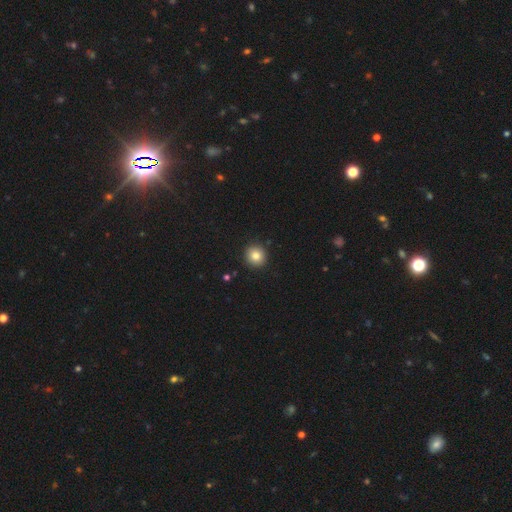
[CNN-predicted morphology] Q: Smooth or featured?
A: smooth (83%); runner-up: star or artifact (11%)
Q: How rounded?
A: round (92%); runner-up: in between (8%)
Q: Merging?
A: none (91%); runner-up: minor disturbance (6%)